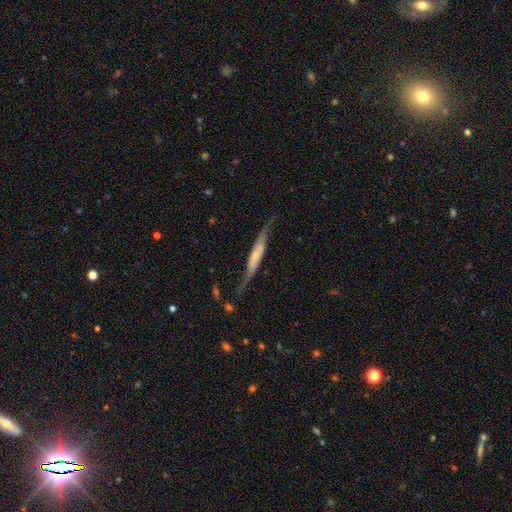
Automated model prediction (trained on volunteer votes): This appears to be a featured or disk galaxy (61%) viewed edge-on (72%). Merging: none (59%).